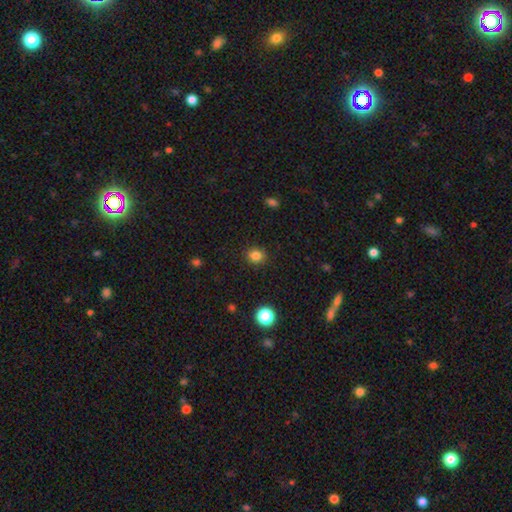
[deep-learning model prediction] Smooth or featured? Predicted: smooth (p=0.83). How rounded? Predicted: round (p=0.77). Merging? Predicted: none (p=0.89).